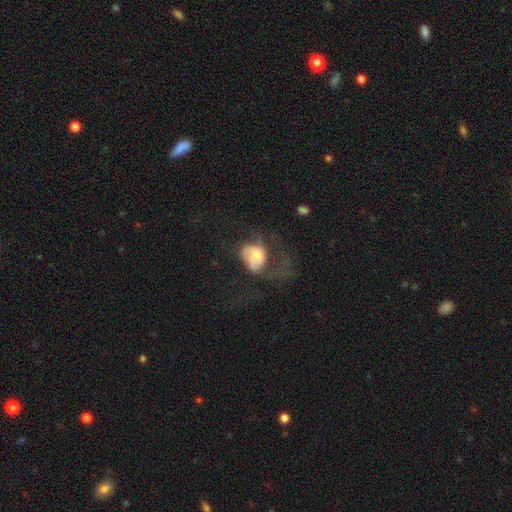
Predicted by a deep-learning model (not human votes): smooth 53%, featured or disk 38%, star or artifact 9%. Down the decision tree: how rounded — in between (64%); merging — major disturbance (59%).